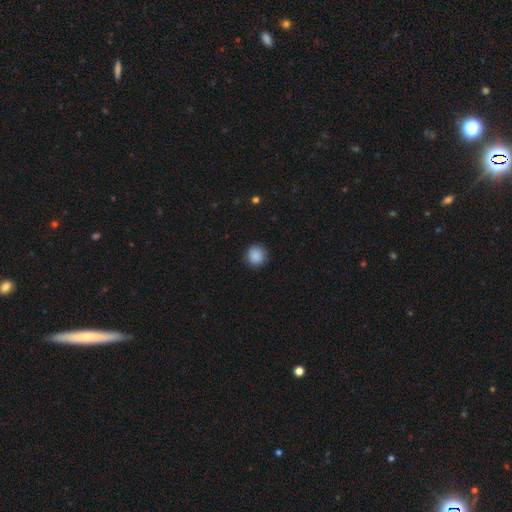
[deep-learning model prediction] Smooth or featured?
  - smooth: 89% *
  - star or artifact: 8%
  - featured or disk: 3%
How rounded?
  - round: 93% *
  - in between: 6%
  - cigar-shaped: 1%
Merging?
  - none: 89% *
  - minor disturbance: 8%
  - major disturbance: 2%
  - merger: 1%